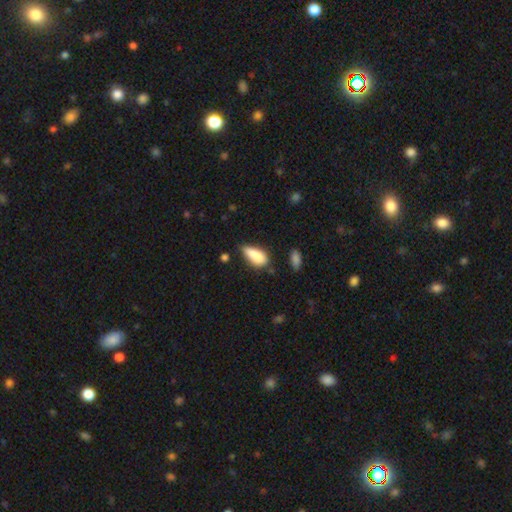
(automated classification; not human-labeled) Smooth or featured: smooth — 85% (featured or disk — 8%)
How rounded: in between — 80% (cigar-shaped — 17%)
Merging: none — 50% (minor disturbance — 36%)